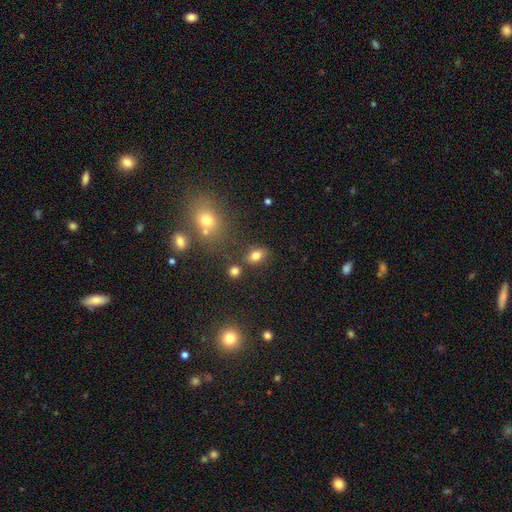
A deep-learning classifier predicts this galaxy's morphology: Q: Smooth or featured?
A: smooth (78%); runner-up: star or artifact (13%)
Q: How rounded?
A: in between (77%); runner-up: round (21%)
Q: Merging?
A: none (75%); runner-up: minor disturbance (13%)